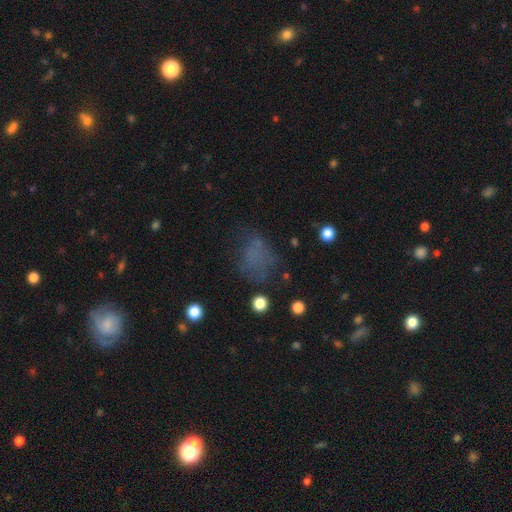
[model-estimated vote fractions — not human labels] Smooth or featured? smooth (55%)
How rounded? in between (59%)
Merging? none (49%)